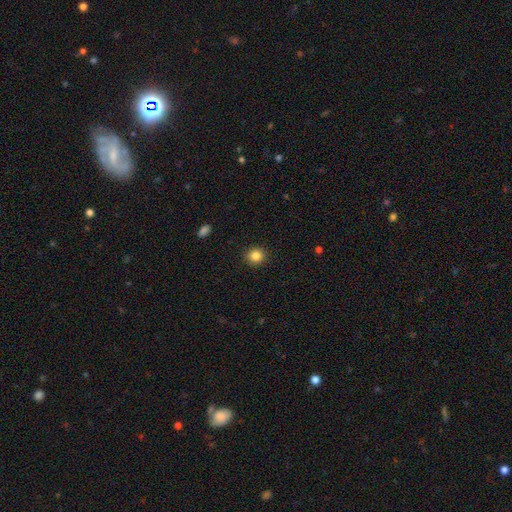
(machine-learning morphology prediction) This is clearly a smooth galaxy (84%). How rounded: clearly round (89%). Merging: clearly none (92%).